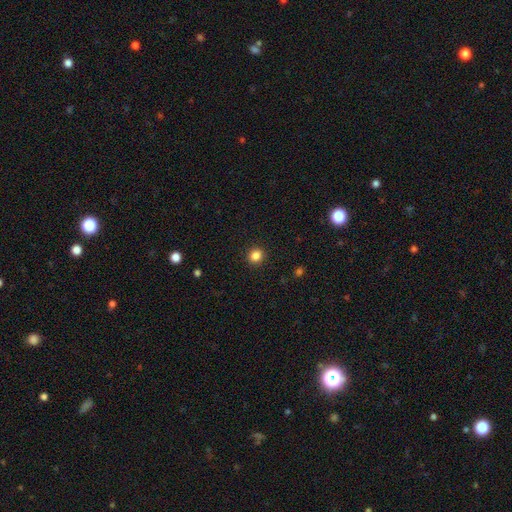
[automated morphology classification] A smooth galaxy with no disk features (85%) that is round (90%). Merging: none (93%).